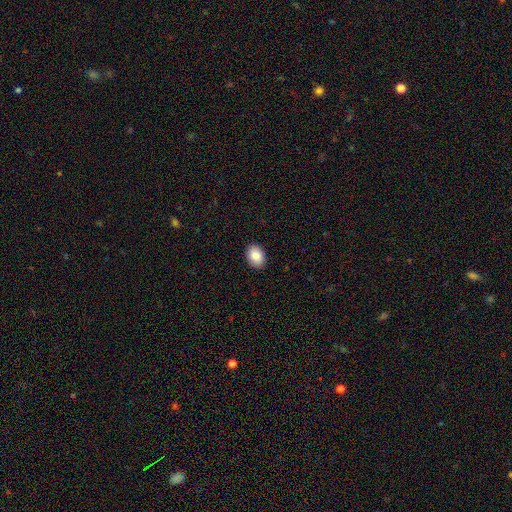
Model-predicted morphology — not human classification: This is clearly a smooth galaxy (86%). How rounded: likely in between (78%). Merging: clearly none (91%).